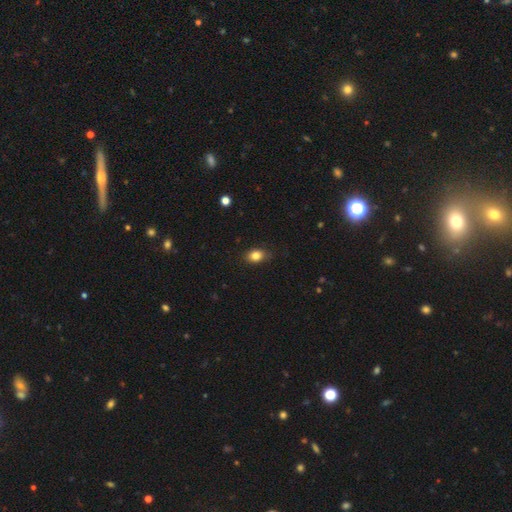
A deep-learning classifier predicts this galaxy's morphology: Q: Smooth or featured?
A: smooth (83%); runner-up: star or artifact (10%)
Q: How rounded?
A: in between (73%); runner-up: round (25%)
Q: Merging?
A: none (83%); runner-up: minor disturbance (13%)